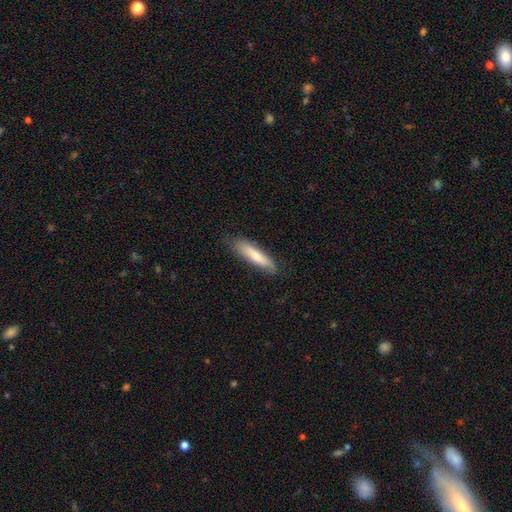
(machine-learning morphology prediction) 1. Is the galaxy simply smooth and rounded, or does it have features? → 72% smooth, 22% featured or disk, 6% star or artifact.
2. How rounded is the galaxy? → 77% cigar-shaped, 22% in between, 1% round.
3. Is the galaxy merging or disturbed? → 78% none, 18% minor disturbance, 3% major disturbance, 1% merger.